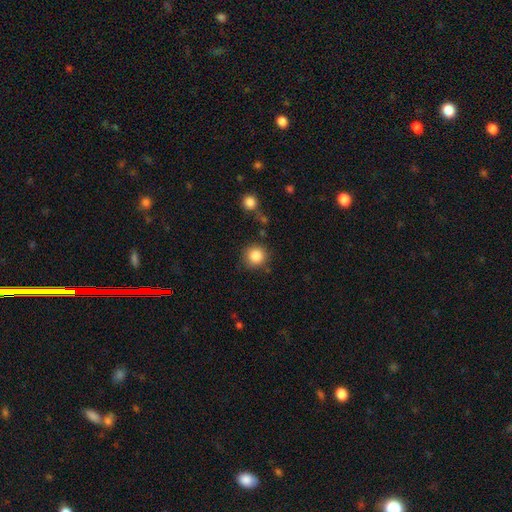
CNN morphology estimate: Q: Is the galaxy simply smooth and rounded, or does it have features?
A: smooth — 86%.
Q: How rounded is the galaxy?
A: round — 93%.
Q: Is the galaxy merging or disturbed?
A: none — 83%.